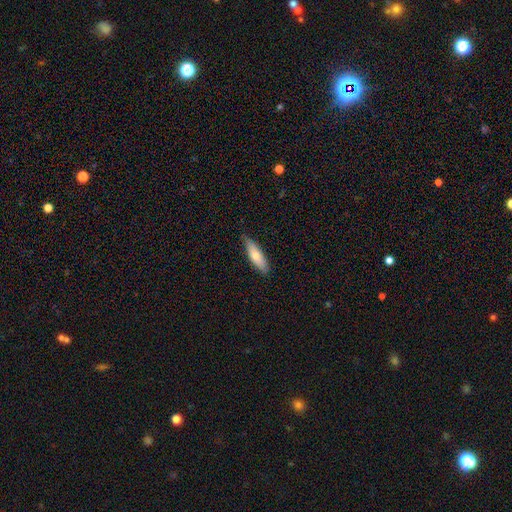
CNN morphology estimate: Overall: smooth (69%). How rounded: cigar-shaped (50%; in between 48%). Merging: none (80%).